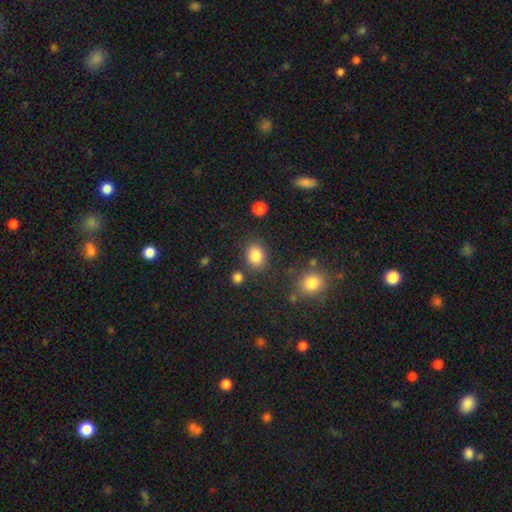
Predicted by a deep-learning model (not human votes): smooth 85%, star or artifact 9%, featured or disk 6%. Down the decision tree: how rounded — in between (58%); merging — none (80%).